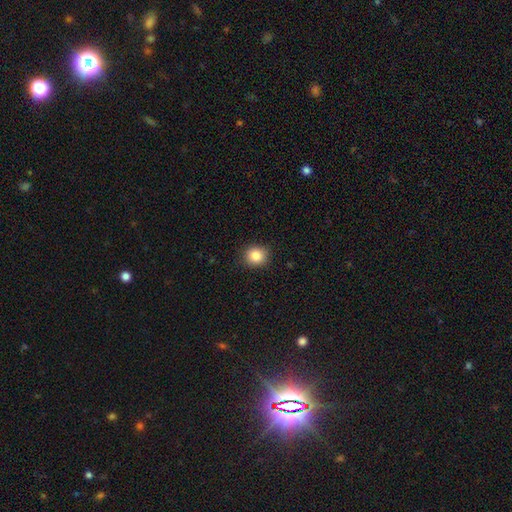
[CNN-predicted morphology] smooth 84%, star or artifact 10%, featured or disk 6%. Down the decision tree: how rounded — round (82%); merging — none (90%).